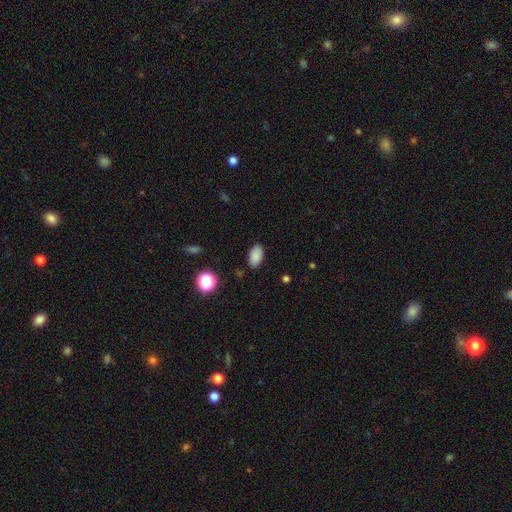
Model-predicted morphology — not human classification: Smooth or featured?
  - smooth: 86% *
  - star or artifact: 10%
  - featured or disk: 4%
How rounded?
  - in between: 92% *
  - round: 6%
  - cigar-shaped: 2%
Merging?
  - none: 86% *
  - minor disturbance: 10%
  - major disturbance: 3%
  - merger: 1%